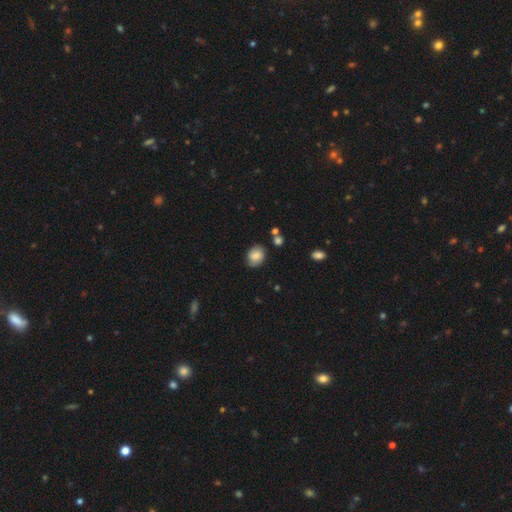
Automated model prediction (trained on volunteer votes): Smooth or featured?
  - smooth: 78% *
  - featured or disk: 13%
  - star or artifact: 9%
How rounded?
  - in between: 50% *
  - round: 49%
  - cigar-shaped: 1%
Merging?
  - none: 76% *
  - minor disturbance: 17%
  - major disturbance: 4%
  - merger: 3%